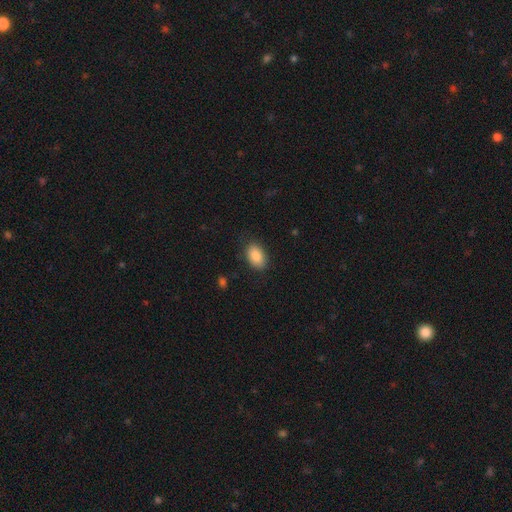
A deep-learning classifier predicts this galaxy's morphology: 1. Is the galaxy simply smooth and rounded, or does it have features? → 88% smooth, 7% star or artifact, 5% featured or disk.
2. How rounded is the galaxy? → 90% in between, 9% round, 1% cigar-shaped.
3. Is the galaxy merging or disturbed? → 83% none, 12% minor disturbance, 3% major disturbance, 1% merger.